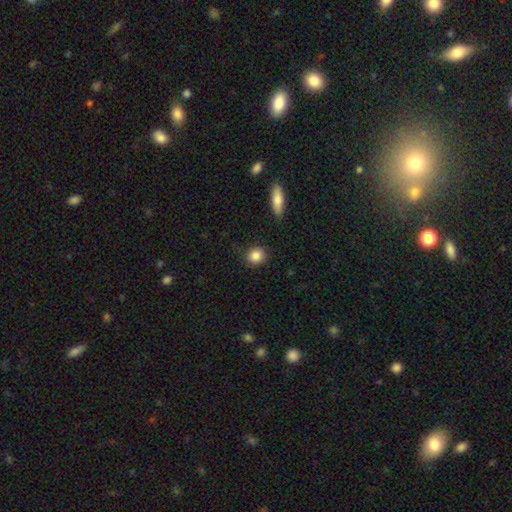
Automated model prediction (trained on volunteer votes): smooth 86%, star or artifact 8%, featured or disk 5%. Down the decision tree: how rounded — round (78%); merging — none (86%).